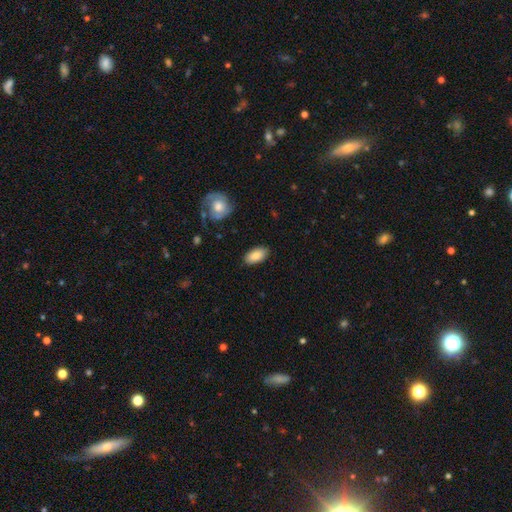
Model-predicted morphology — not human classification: This is clearly a smooth galaxy (85%). How rounded: clearly in between (93%). Merging: clearly none (86%).